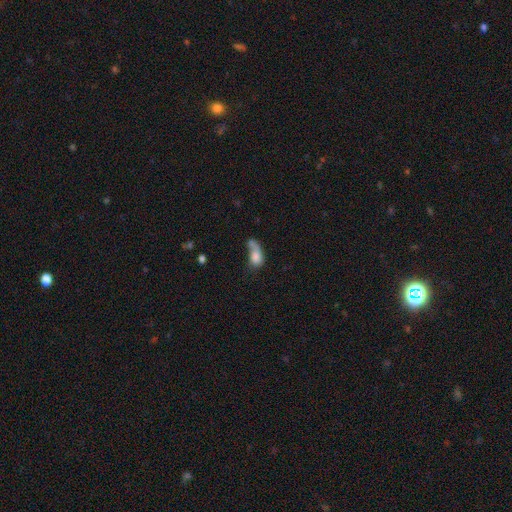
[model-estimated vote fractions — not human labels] A smooth galaxy with no disk features (69%) that is in between round and cigar-shaped (79%).

Vote fractions:
- Smooth or featured? smooth: 69% / featured or disk: 22% / star or artifact: 9%
- How rounded? in between: 79% / round: 13% / cigar-shaped: 8%
- Merging? major disturbance: 34% / merger: 27% / none: 21% / minor disturbance: 18%